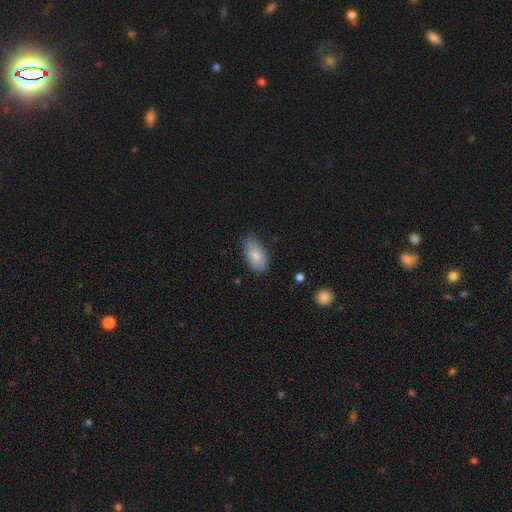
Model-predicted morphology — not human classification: Smooth or featured? Predicted: smooth (p=0.79). How rounded? Predicted: in between (p=0.93). Merging? Predicted: none (p=0.78).